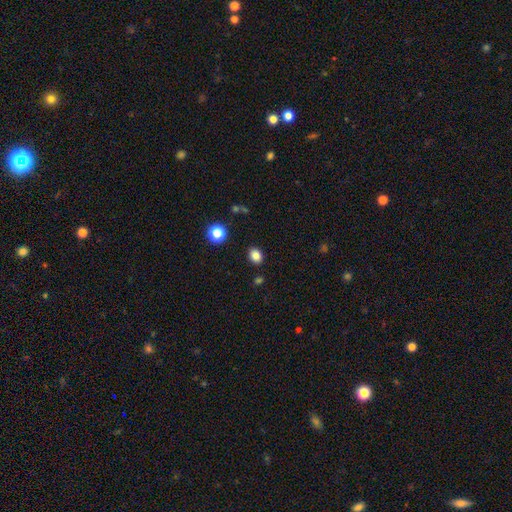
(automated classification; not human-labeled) Smooth or featured: smooth — 84% (star or artifact — 11%)
How rounded: in between — 57% (round — 42%)
Merging: none — 87% (minor disturbance — 8%)